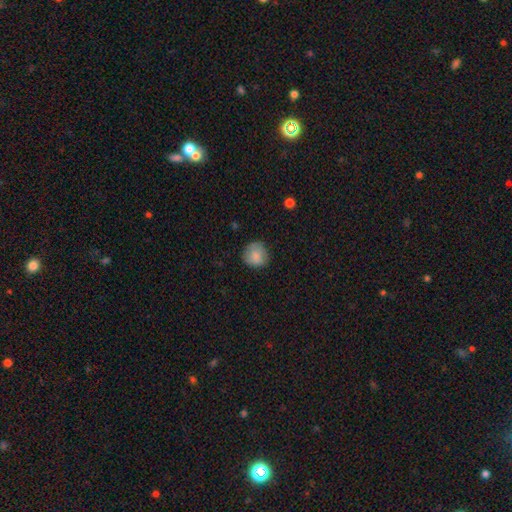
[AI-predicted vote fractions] Smooth or featured: smooth — 83% (featured or disk — 10%)
How rounded: round — 90% (in between — 9%)
Merging: none — 80% (minor disturbance — 16%)